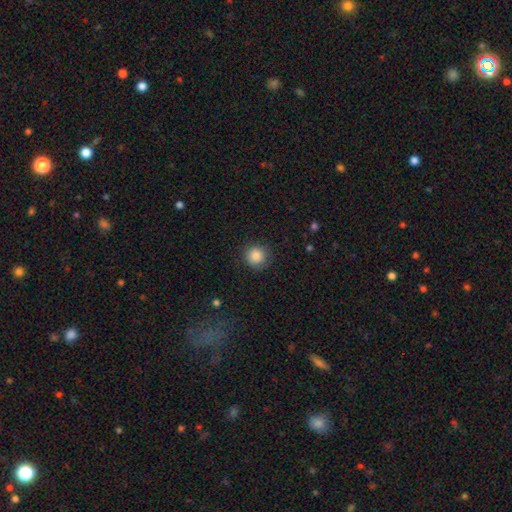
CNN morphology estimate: This is clearly a smooth galaxy (86%). How rounded: clearly round (93%). Merging: clearly none (86%).